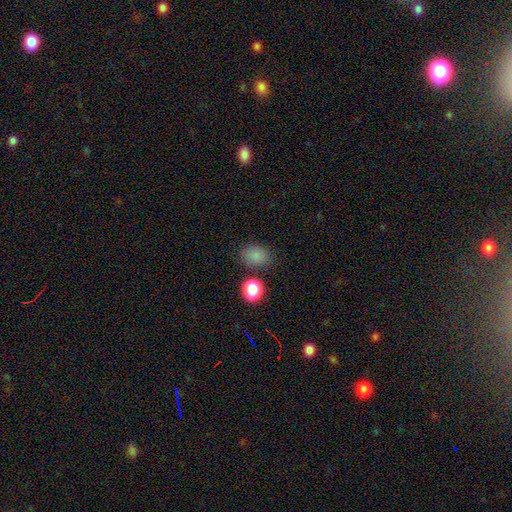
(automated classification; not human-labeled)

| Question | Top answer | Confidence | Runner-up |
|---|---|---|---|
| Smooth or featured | smooth | 83% | star or artifact (12%) |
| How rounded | in between | 72% | round (27%) |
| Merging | none | 75% | minor disturbance (14%) |